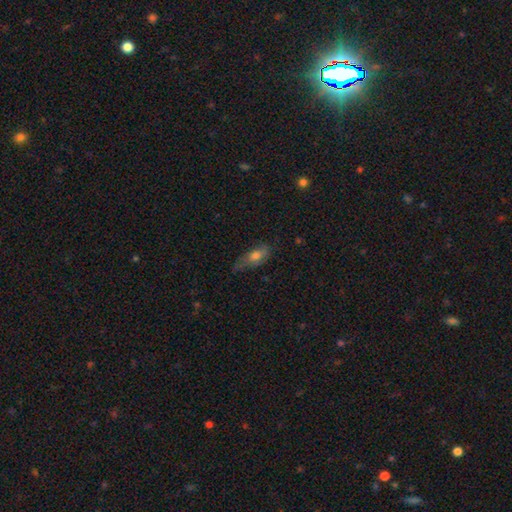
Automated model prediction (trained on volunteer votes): A smooth galaxy with no disk features (62%) that is in between round and cigar-shaped (73%).

Vote fractions:
- Smooth or featured? smooth: 62% / featured or disk: 29% / star or artifact: 9%
- How rounded? in between: 73% / cigar-shaped: 21% / round: 6%
- Merging? none: 47% / minor disturbance: 35% / major disturbance: 16% / merger: 2%